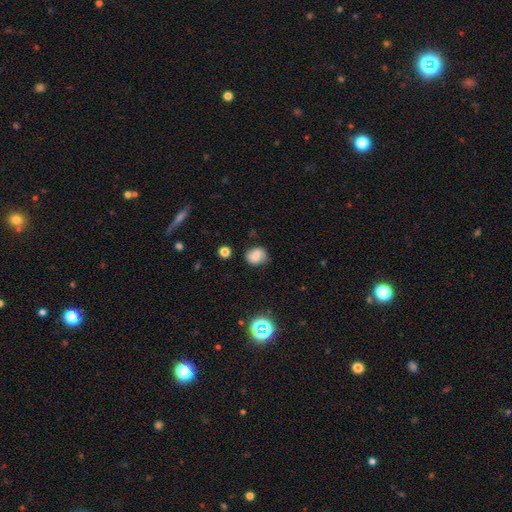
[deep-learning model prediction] A smooth galaxy with no disk features (69%) that is round (67%). Merging: none (74%).